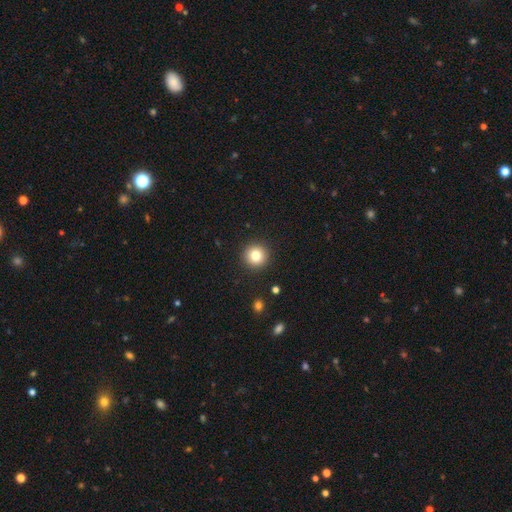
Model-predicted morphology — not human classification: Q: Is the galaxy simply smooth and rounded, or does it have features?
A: smooth — 80%.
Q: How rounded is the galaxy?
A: round — 95%.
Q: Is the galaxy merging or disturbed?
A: none — 92%.